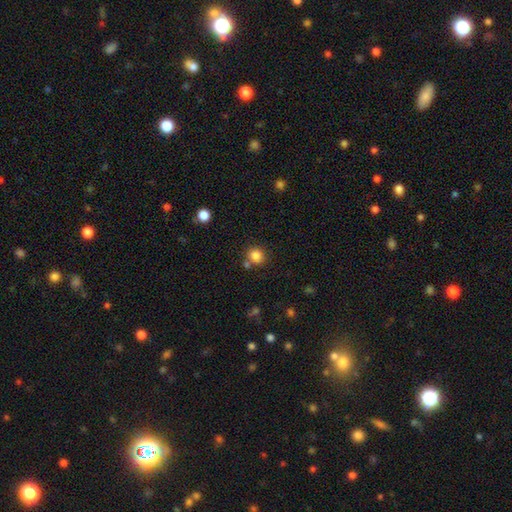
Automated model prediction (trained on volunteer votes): smooth 83%, star or artifact 11%, featured or disk 5%. Down the decision tree: how rounded — round (88%); merging — none (72%).